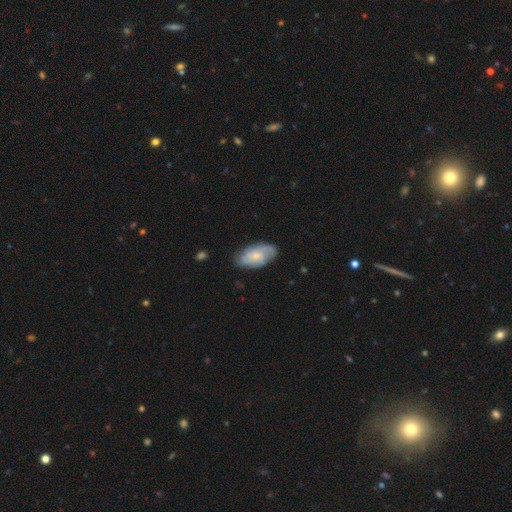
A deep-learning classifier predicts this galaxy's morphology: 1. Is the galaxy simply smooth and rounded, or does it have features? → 63% featured or disk, 32% smooth, 6% star or artifact.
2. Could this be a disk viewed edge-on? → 95% no, 5% yes.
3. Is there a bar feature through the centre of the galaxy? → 66% no, 29% weak, 4% strong.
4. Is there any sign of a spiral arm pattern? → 88% yes, 12% no.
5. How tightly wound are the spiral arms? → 48% tight, 38% medium, 14% loose.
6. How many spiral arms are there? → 36% can't tell, 33% 2, 17% 3, 6% 4, 4% 1, 3% more than 4.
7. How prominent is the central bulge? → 64% small, 27% moderate, 6% none, 2% large, 1% dominant.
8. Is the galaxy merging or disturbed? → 74% none, 20% minor disturbance, 5% major disturbance, 1% merger.